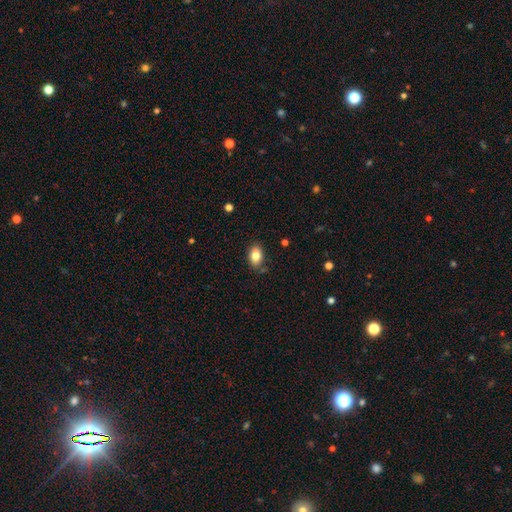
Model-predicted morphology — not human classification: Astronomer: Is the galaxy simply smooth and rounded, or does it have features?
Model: smooth — 83%.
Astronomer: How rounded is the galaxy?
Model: in between — 86%.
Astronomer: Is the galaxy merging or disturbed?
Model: none — 82%.